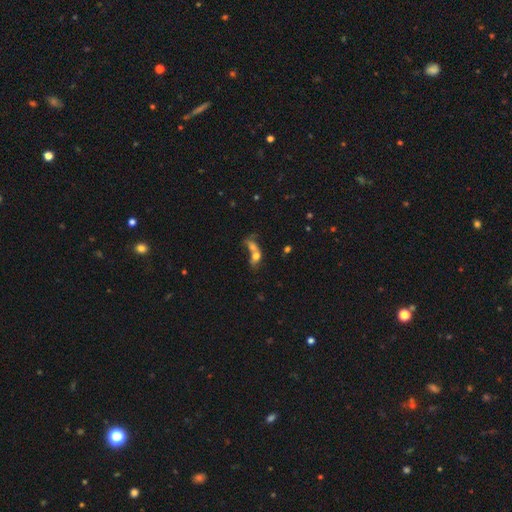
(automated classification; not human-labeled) A smooth galaxy with no disk features (57%) that is in between round and cigar-shaped (63%). Merging: merger (65%).